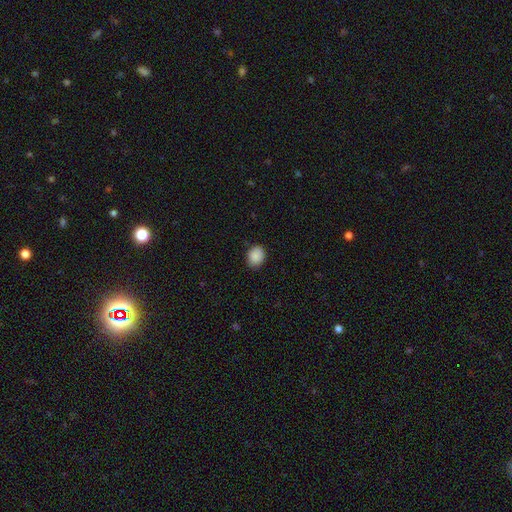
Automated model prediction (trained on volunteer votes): Smooth or featured: smooth — 88% (star or artifact — 8%)
How rounded: round — 54% (in between — 45%)
Merging: none — 84% (minor disturbance — 13%)